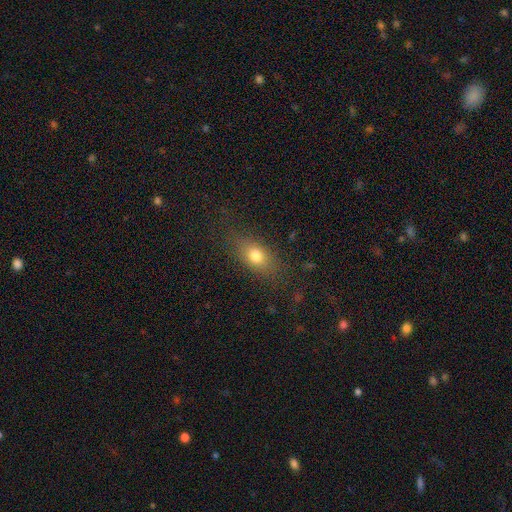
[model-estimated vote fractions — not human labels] A smooth galaxy with no disk features (76%) that is in between round and cigar-shaped (75%).

Vote fractions:
- Smooth or featured? smooth: 76% / featured or disk: 14% / star or artifact: 11%
- How rounded? in between: 75% / round: 17% / cigar-shaped: 8%
- Merging? none: 78% / minor disturbance: 14% / major disturbance: 6% / merger: 1%